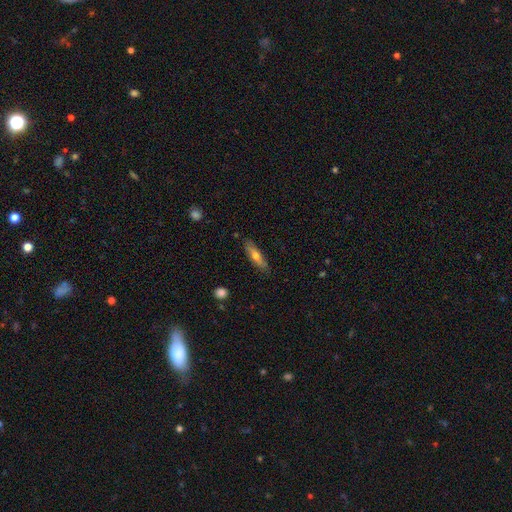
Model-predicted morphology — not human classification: smooth_or_featured: smooth (p=0.59) [alt: featured or disk p=0.35]
how_rounded: cigar-shaped (p=0.67) [alt: in between p=0.31]
merging: none (p=0.84) [alt: minor disturbance p=0.12]